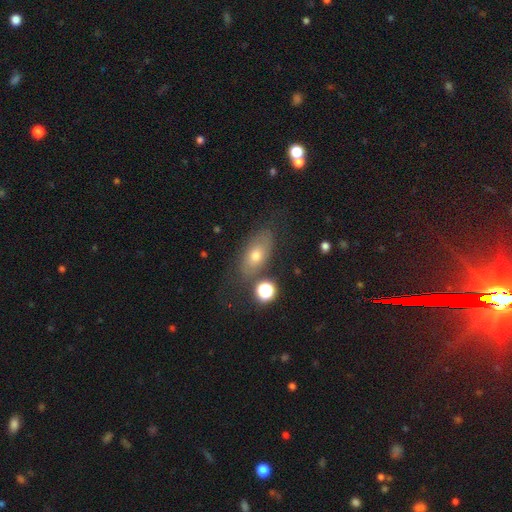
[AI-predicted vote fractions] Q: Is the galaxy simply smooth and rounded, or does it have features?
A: smooth — 55%.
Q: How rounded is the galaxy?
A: in between — 83%.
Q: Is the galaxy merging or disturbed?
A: none — 66%.